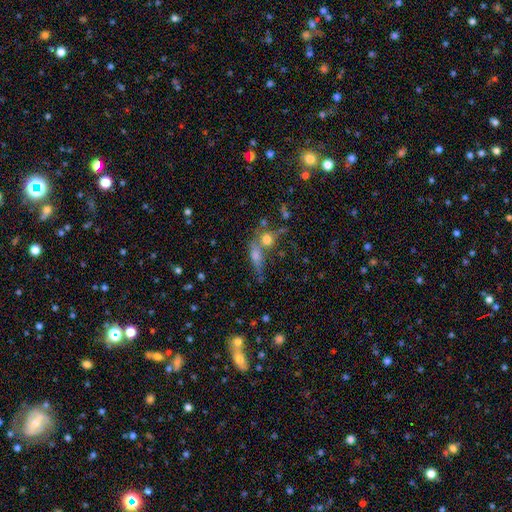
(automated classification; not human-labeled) smooth_or_featured: smooth (p=0.52) [alt: featured or disk p=0.33]
how_rounded: cigar-shaped (p=0.48) [alt: in between p=0.35]
merging: none (p=0.44) [alt: merger p=0.34]